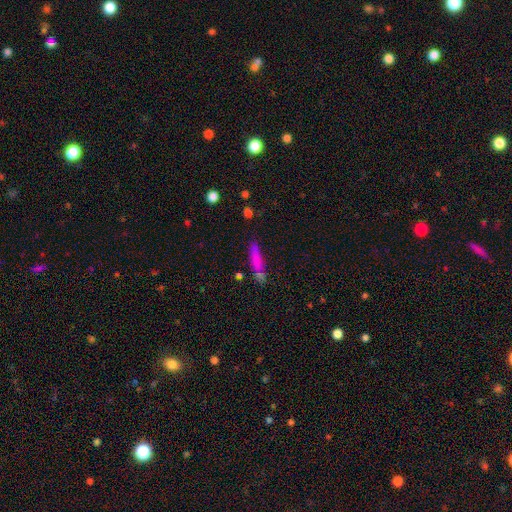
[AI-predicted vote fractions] This is likely a smooth galaxy (69%). How rounded: clearly cigar-shaped (86%). Merging: likely none (73%).